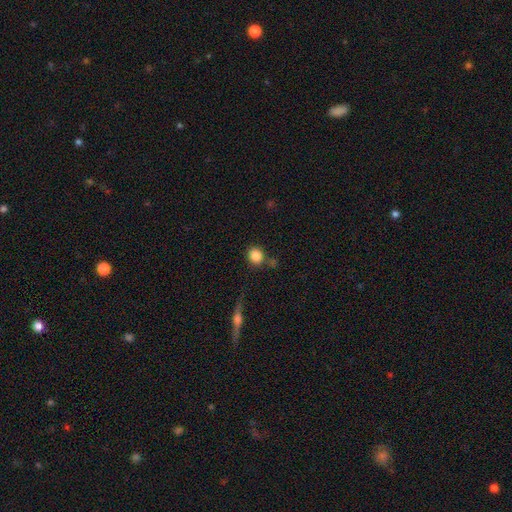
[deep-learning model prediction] Q: Smooth or featured?
A: smooth (86%); runner-up: star or artifact (8%)
Q: How rounded?
A: round (84%); runner-up: in between (15%)
Q: Merging?
A: none (74%); runner-up: minor disturbance (11%)